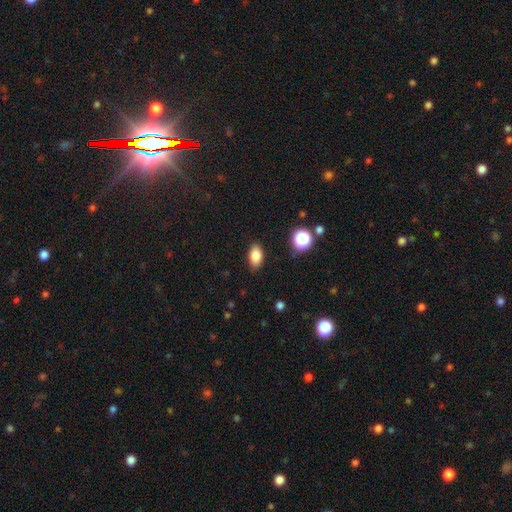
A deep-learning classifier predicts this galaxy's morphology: Smooth or featured: smooth — 83% (star or artifact — 10%)
How rounded: in between — 89% (round — 8%)
Merging: none — 86% (minor disturbance — 10%)